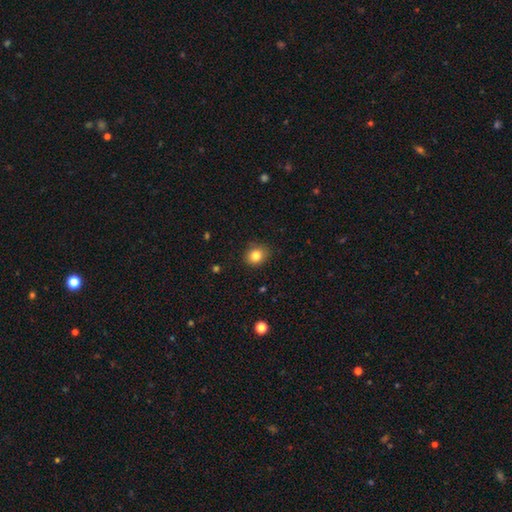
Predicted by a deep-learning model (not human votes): smooth-or-featured: smooth: 83% | star or artifact: 11% | featured or disk: 7%
  how-rounded: round: 72% | in between: 27% | cigar-shaped: 1%
  merging: none: 85% | minor disturbance: 11% | major disturbance: 2% | merger: 1%